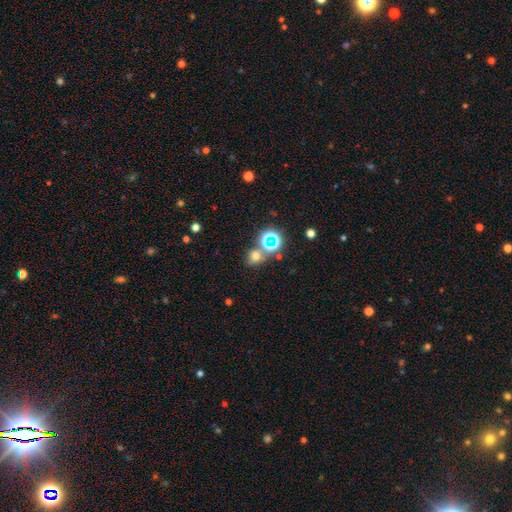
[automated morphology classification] Smooth or featured?
  - smooth: 58% *
  - star or artifact: 32%
  - featured or disk: 9%
How rounded?
  - round: 67% *
  - in between: 32%
  - cigar-shaped: 1%
Merging?
  - none: 63% *
  - merger: 22%
  - minor disturbance: 10%
  - major disturbance: 5%